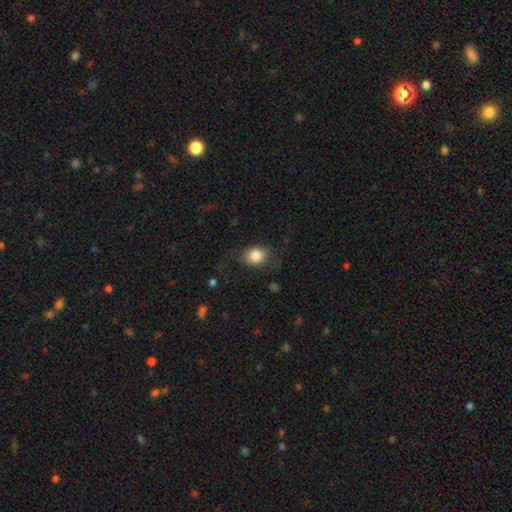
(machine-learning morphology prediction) A smooth galaxy with no disk features (82%) that is round (50%).

Vote fractions:
- Smooth or featured? smooth: 82% / featured or disk: 9% / star or artifact: 8%
- How rounded? round: 50% / in between: 49% / cigar-shaped: 1%
- Merging? none: 65% / minor disturbance: 19% / major disturbance: 14% / merger: 2%